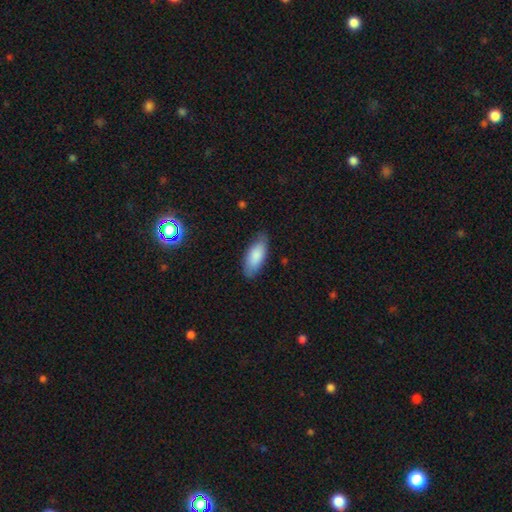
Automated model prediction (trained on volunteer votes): Smooth or featured? Predicted: smooth (p=0.84). How rounded? Predicted: in between (p=0.82). Merging? Predicted: none (p=0.79).